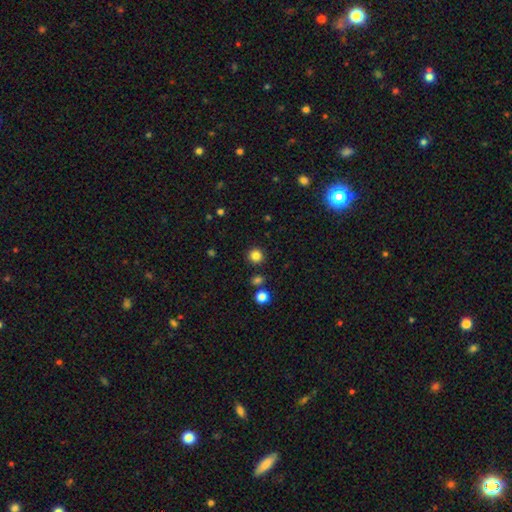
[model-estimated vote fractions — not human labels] A smooth galaxy with no disk features (83%) that is round (94%). Merging: none (89%).